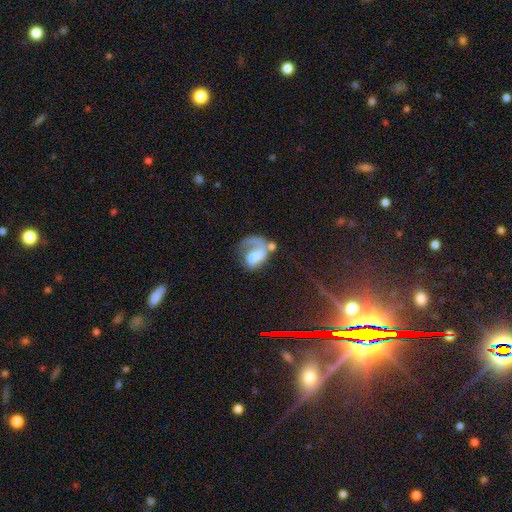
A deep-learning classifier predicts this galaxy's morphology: This appears to be a featured or disk galaxy (63%) with no bar (50%), spiral arms (80%) and no central bulge (35%). Merging: major disturbance (38%).